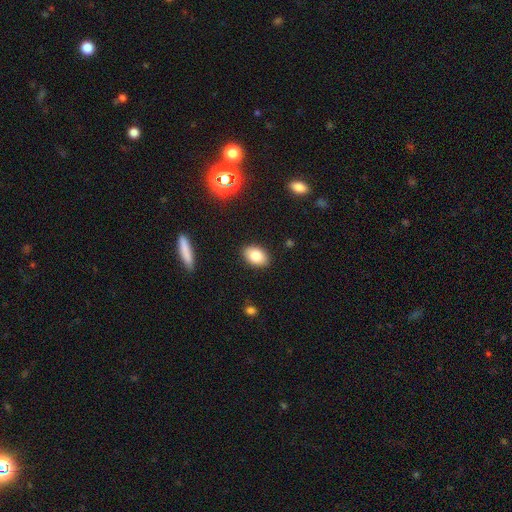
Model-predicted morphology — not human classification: Smooth or featured: smooth — 82% (featured or disk — 9%)
How rounded: in between — 87% (round — 12%)
Merging: none — 88% (minor disturbance — 9%)